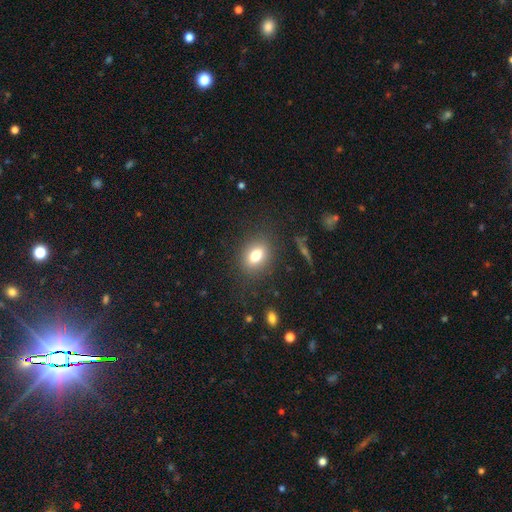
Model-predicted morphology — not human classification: Smooth or featured? Predicted: smooth (p=0.76). How rounded? Predicted: in between (p=0.66). Merging? Predicted: none (p=0.83).